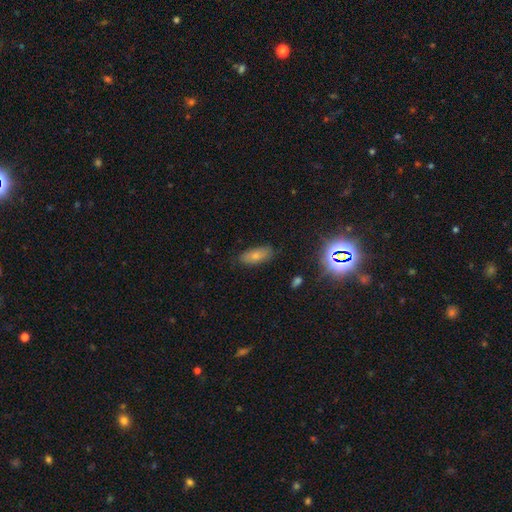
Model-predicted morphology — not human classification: This is likely a smooth galaxy (74%). How rounded: clearly in between (82%). Merging: clearly none (81%).